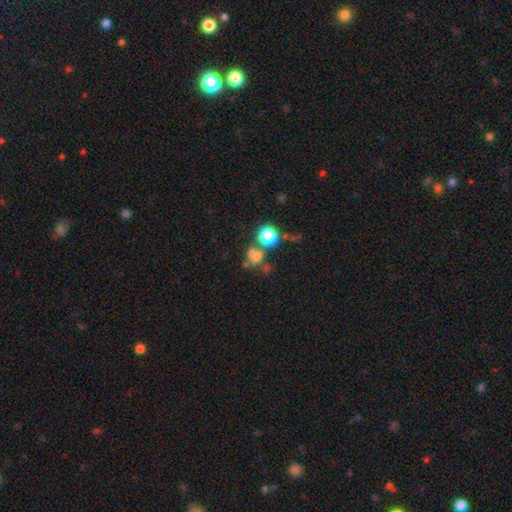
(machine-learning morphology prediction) This appears to be a smooth galaxy with no disk features (55%) that is round (72%). Merging: none (42%).